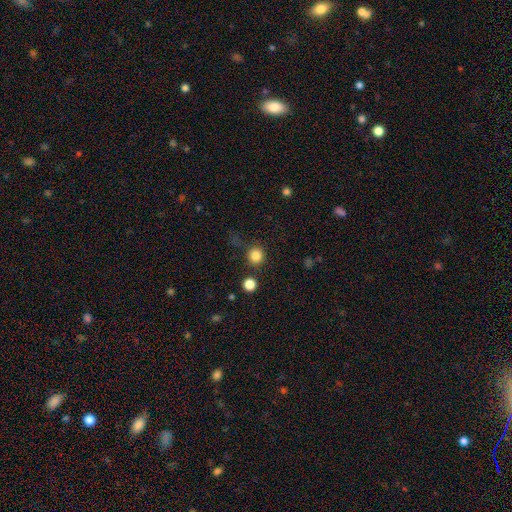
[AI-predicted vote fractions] A smooth galaxy with no disk features (83%) that is round (93%).

Vote fractions:
- Smooth or featured? smooth: 83% / star or artifact: 13% / featured or disk: 5%
- How rounded? round: 93% / in between: 6% / cigar-shaped: 1%
- Merging? none: 84% / minor disturbance: 8% / merger: 4% / major disturbance: 3%